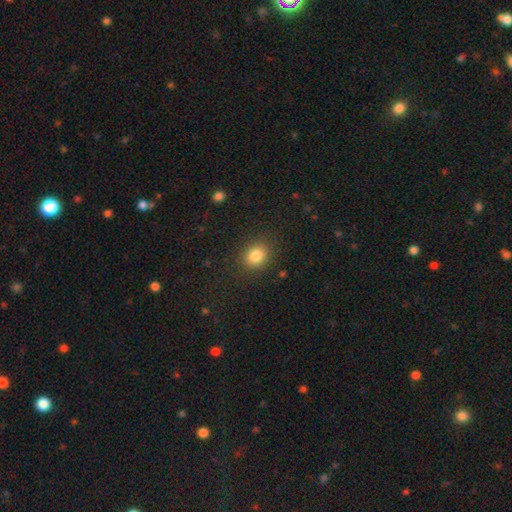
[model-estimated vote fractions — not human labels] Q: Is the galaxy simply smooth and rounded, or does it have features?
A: smooth — 84%.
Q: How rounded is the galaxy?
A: round — 62%.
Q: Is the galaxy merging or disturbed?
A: none — 86%.